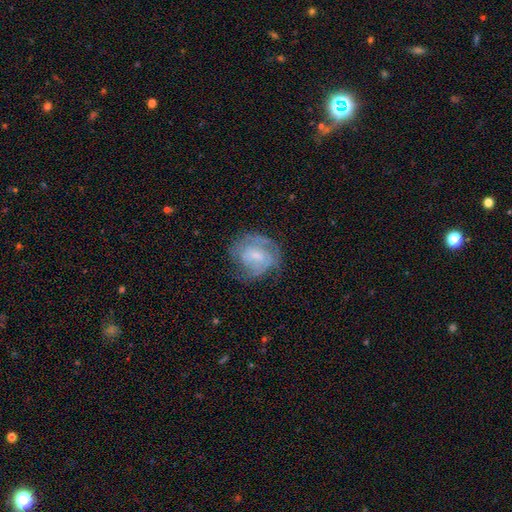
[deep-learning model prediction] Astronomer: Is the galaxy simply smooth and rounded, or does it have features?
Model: featured or disk — 64%.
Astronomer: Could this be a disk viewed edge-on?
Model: no — 97%.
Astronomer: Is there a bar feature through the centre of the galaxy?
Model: no — 48% (runner-up: weak, 43%).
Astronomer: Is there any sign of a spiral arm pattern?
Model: yes — 78%.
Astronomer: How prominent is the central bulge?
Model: small — 49% (runner-up: moderate, 35%).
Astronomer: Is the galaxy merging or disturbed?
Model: none — 58%.